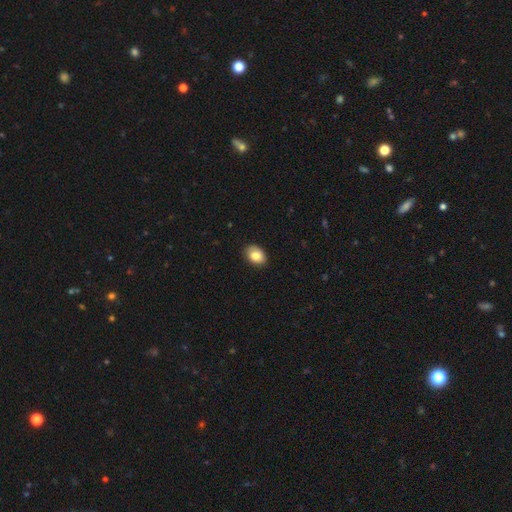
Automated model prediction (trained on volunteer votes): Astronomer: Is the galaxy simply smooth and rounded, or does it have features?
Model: smooth — 85%.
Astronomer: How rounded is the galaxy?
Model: in between — 79%.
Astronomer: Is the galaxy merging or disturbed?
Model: none — 84%.